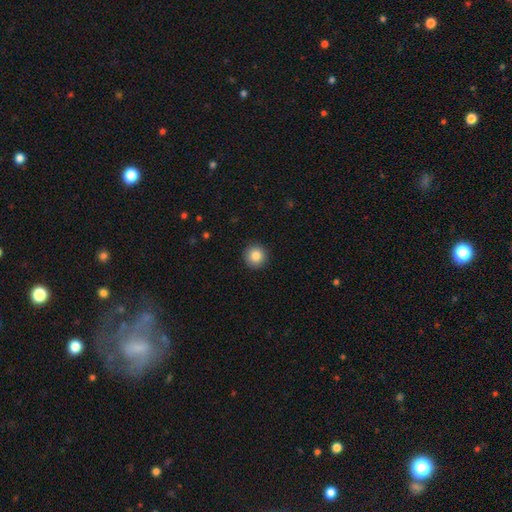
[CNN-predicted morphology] Smooth or featured: smooth — 85% (star or artifact — 9%)
How rounded: round — 95% (in between — 4%)
Merging: none — 92% (minor disturbance — 5%)